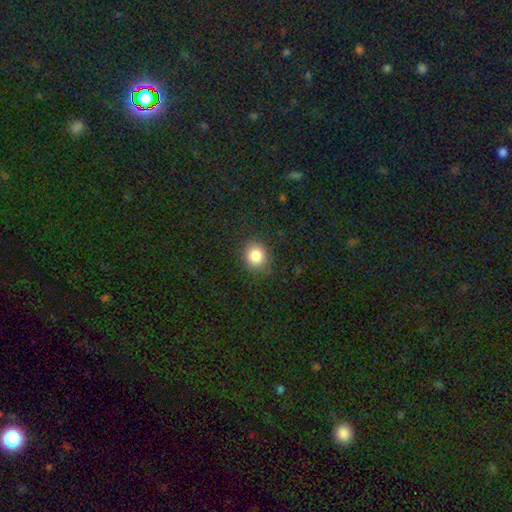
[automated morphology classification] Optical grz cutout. It shows a smooth galaxy with no disk features (84%) that is round (80%). Merging: none (85%).